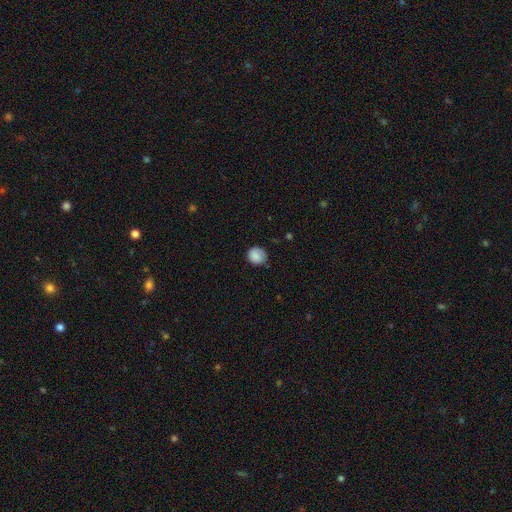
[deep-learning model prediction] This appears to be a smooth galaxy with no disk features (86%) that is round (80%). Merging: none (73%).